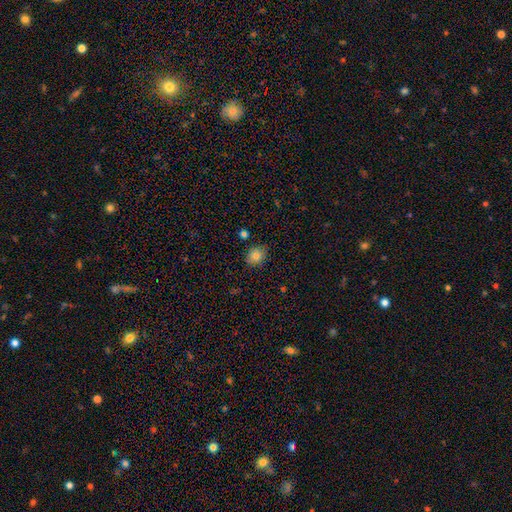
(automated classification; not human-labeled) A smooth galaxy with no disk features (83%) that is round (62%). Merging: none (83%).